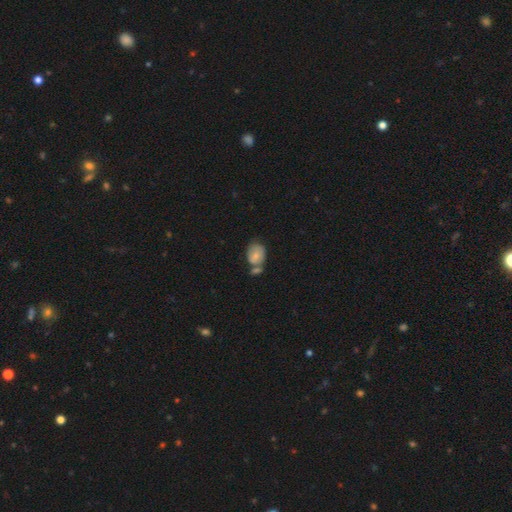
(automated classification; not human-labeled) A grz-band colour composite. It shows a smooth galaxy with no disk features (68%) that is in between round and cigar-shaped (64%). Merging: none (38%).